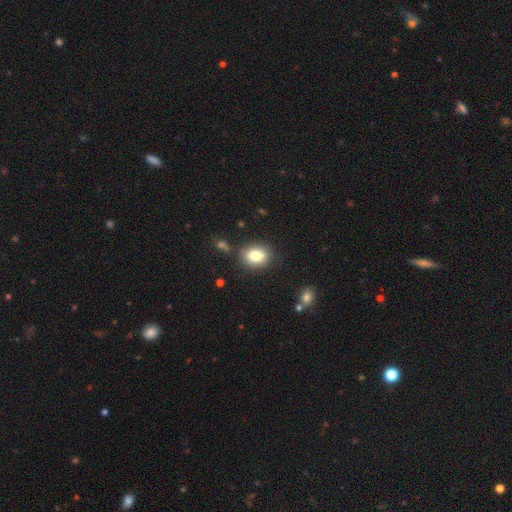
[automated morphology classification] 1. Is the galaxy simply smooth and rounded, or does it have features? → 81% smooth, 10% star or artifact, 9% featured or disk.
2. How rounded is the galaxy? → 55% in between, 44% round, 1% cigar-shaped.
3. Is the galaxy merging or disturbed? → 82% none, 12% minor disturbance, 3% merger, 3% major disturbance.